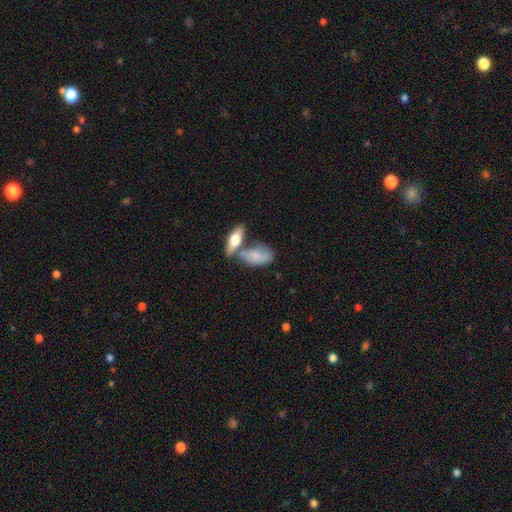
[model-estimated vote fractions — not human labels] smooth 68%, featured or disk 25%, star or artifact 6%. Down the decision tree: how rounded — in between (85%); merging — merger (38%).